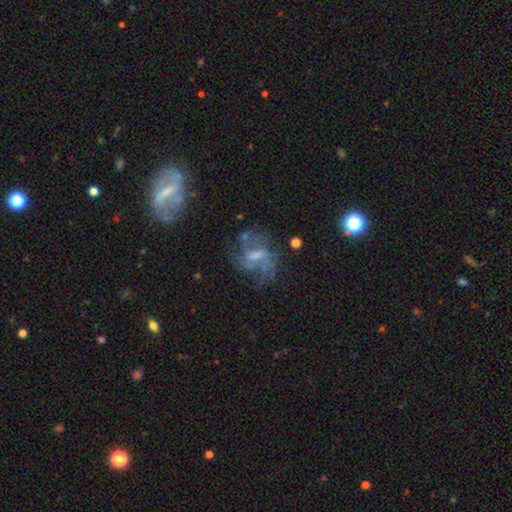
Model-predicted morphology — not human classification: The model was most divided on "bulge size": moderate: 32%, none: 31%, small: 30%, large: 5%, dominant: 1%. Remaining: edge-on disk — no (95%); smooth or featured — featured or disk (67%); spiral arms — yes (66%); merging — none (49%); bar — weak (47%).